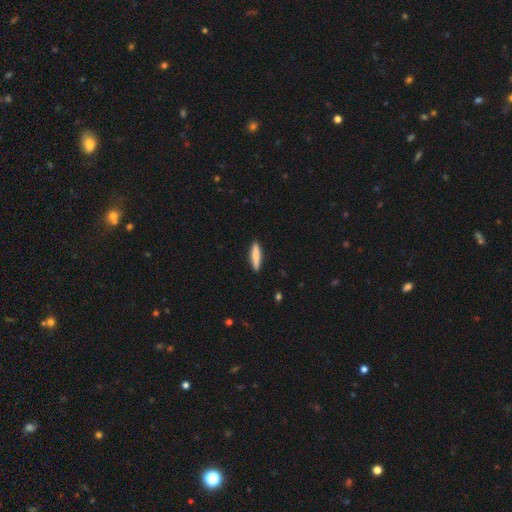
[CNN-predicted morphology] type=smooth (77%); roundness=cigar-shaped (83%); merging=none (90%).